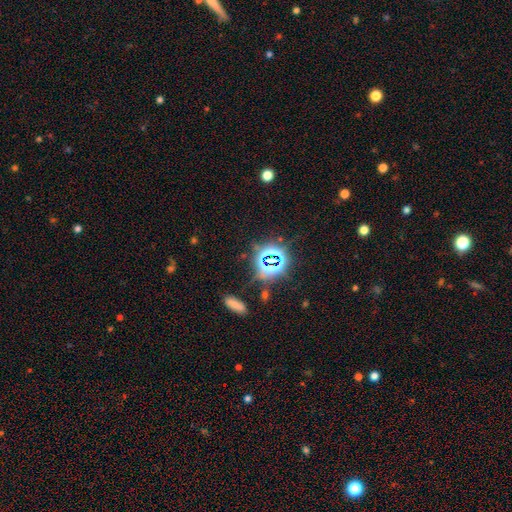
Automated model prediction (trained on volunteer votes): smooth-or-featured: star or artifact: 75% | smooth: 15% | featured or disk: 10%